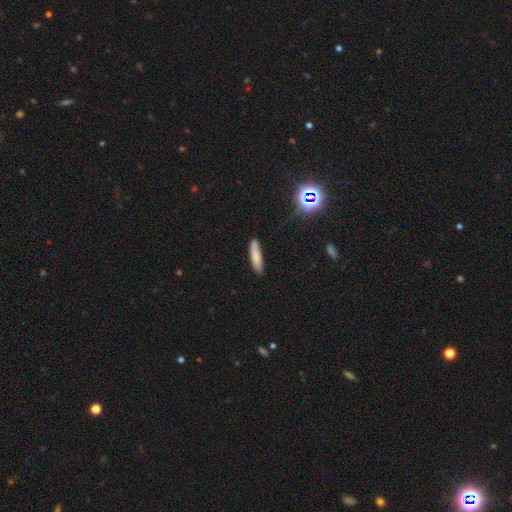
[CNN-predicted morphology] Q: Smooth or featured?
A: smooth (79%); runner-up: featured or disk (12%)
Q: How rounded?
A: cigar-shaped (77%); runner-up: in between (21%)
Q: Merging?
A: none (81%); runner-up: minor disturbance (14%)